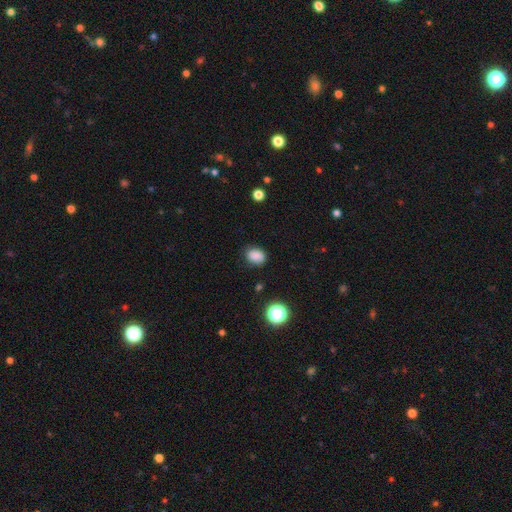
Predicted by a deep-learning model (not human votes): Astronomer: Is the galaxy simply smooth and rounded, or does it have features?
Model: smooth — 82%.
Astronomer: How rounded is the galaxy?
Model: in between — 63%.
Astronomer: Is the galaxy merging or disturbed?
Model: none — 77%.